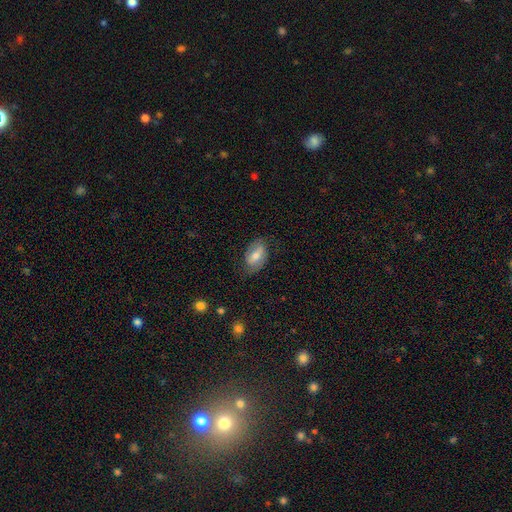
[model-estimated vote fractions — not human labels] Morphology: type=smooth (50%); roundness=in between (89%); merging=none (69%).